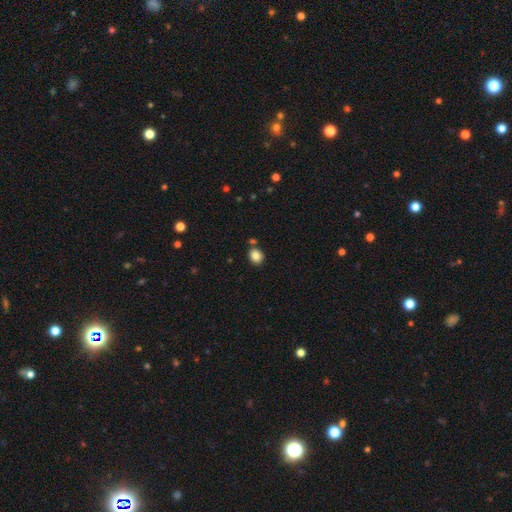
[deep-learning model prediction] A smooth galaxy with no disk features (85%) that is round (66%). Merging: none (79%).